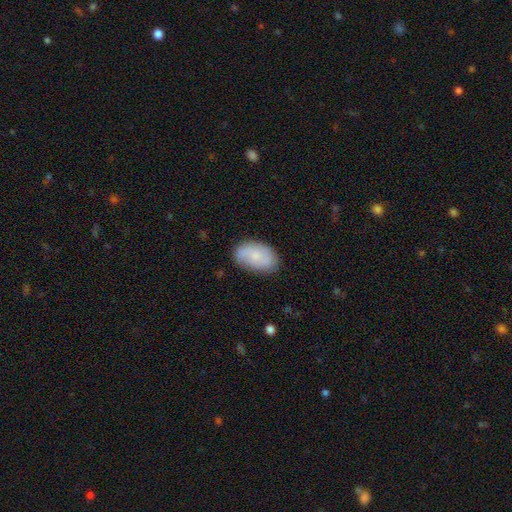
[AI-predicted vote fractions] Q: Smooth or featured?
A: smooth (63%); runner-up: featured or disk (30%)
Q: How rounded?
A: in between (91%); runner-up: round (7%)
Q: Merging?
A: none (77%); runner-up: minor disturbance (18%)